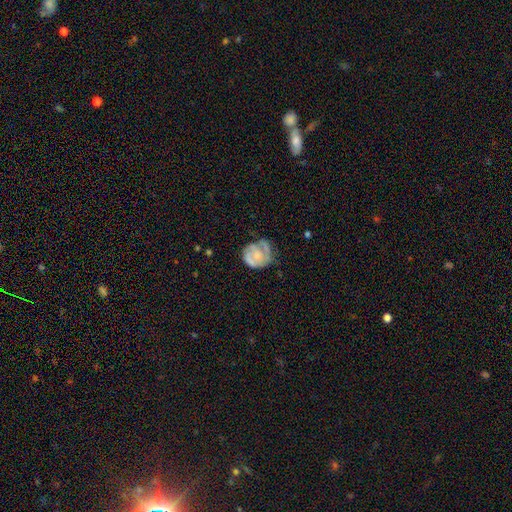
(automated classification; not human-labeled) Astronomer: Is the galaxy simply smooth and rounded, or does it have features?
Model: featured or disk — 60%.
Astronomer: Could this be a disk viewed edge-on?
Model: no — 98%.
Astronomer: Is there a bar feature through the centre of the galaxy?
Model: no — 74%.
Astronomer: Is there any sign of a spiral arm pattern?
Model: yes — 71%.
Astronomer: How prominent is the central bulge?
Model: small — 43% (runner-up: moderate, 32%).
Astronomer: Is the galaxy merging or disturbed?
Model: none — 48% (runner-up: minor disturbance, 30%).